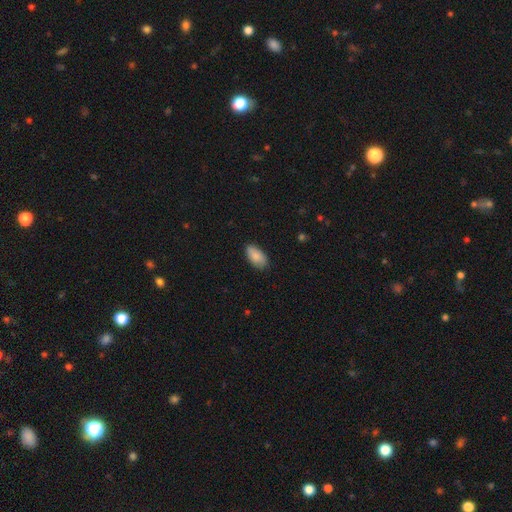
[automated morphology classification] A smooth galaxy with no disk features (87%) that is in between round and cigar-shaped (94%).

Vote fractions:
- Smooth or featured? smooth: 87% / featured or disk: 7% / star or artifact: 6%
- How rounded? in between: 94% / round: 3% / cigar-shaped: 3%
- Merging? none: 82% / minor disturbance: 15% / major disturbance: 2% / merger: 1%